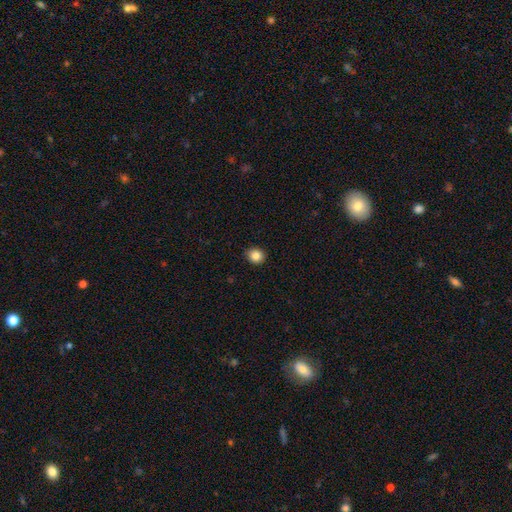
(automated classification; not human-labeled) smooth_or_featured: smooth (p=0.85) [alt: star or artifact p=0.10]
how_rounded: round (p=0.82) [alt: in between p=0.17]
merging: none (p=0.91) [alt: minor disturbance p=0.06]